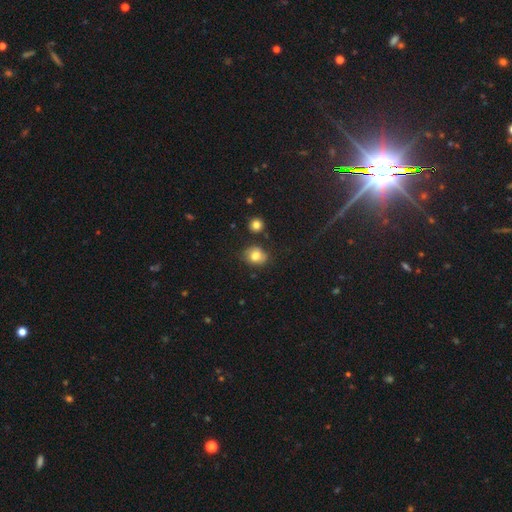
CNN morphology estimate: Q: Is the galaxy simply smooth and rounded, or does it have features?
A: smooth — 79%.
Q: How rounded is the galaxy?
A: round — 54%.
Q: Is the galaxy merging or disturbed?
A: none — 75%.